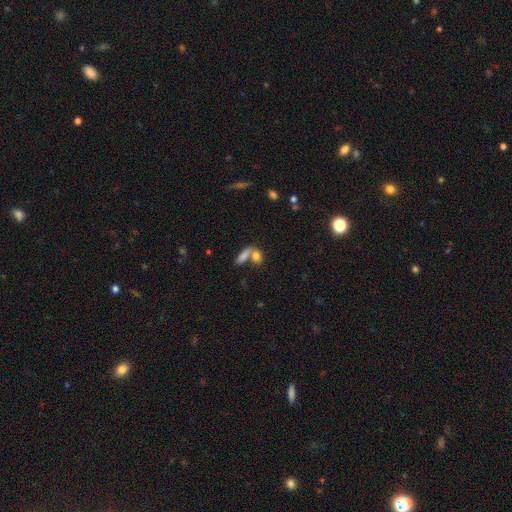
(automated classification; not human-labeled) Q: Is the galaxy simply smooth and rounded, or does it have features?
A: smooth — 78%.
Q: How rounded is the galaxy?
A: in between — 70%.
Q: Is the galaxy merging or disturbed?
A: merger — 48%.